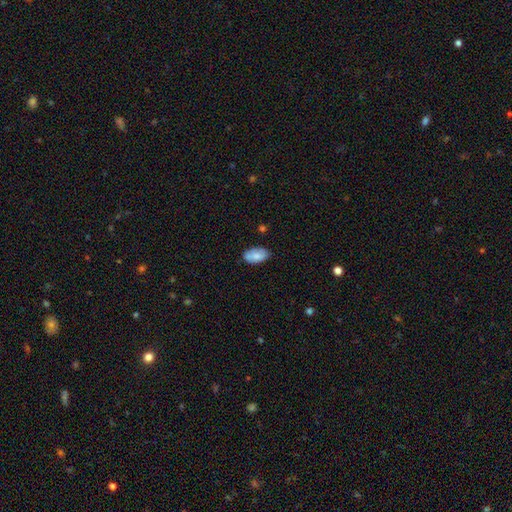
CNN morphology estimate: A smooth galaxy with no disk features (79%) that is in between round and cigar-shaped (94%).

Vote fractions:
- Smooth or featured? smooth: 79% / featured or disk: 15% / star or artifact: 6%
- How rounded? in between: 94% / round: 4% / cigar-shaped: 2%
- Merging? none: 80% / minor disturbance: 16% / major disturbance: 3% / merger: 2%